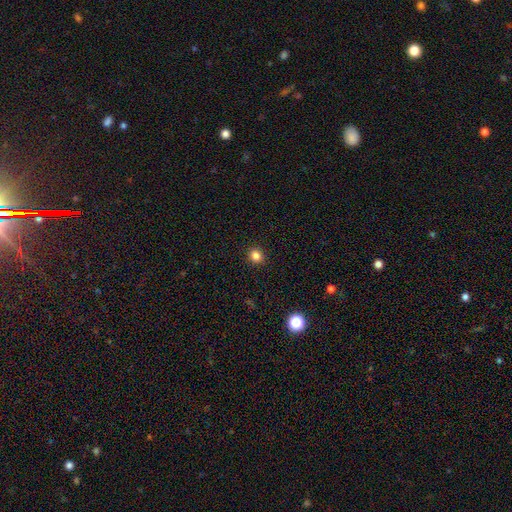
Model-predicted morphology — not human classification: Q: Smooth or featured?
A: smooth (83%); runner-up: star or artifact (13%)
Q: How rounded?
A: round (88%); runner-up: in between (11%)
Q: Merging?
A: none (92%); runner-up: minor disturbance (5%)